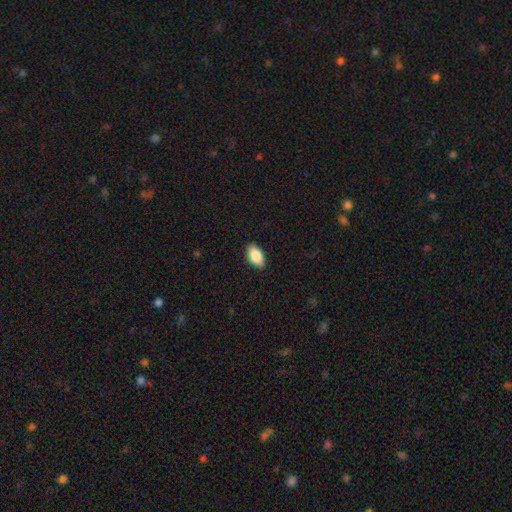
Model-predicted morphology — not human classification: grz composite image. It shows a smooth galaxy with no disk features (86%) that is in between round and cigar-shaped (93%). Merging: none (88%).